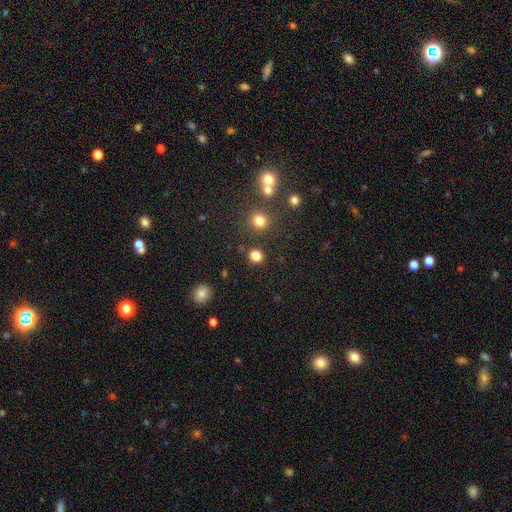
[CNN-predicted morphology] The model was most divided on "how rounded": round: 81%, in between: 18%, cigar-shaped: 1%. More confident: merging — none (86%); smooth or featured — smooth (81%).